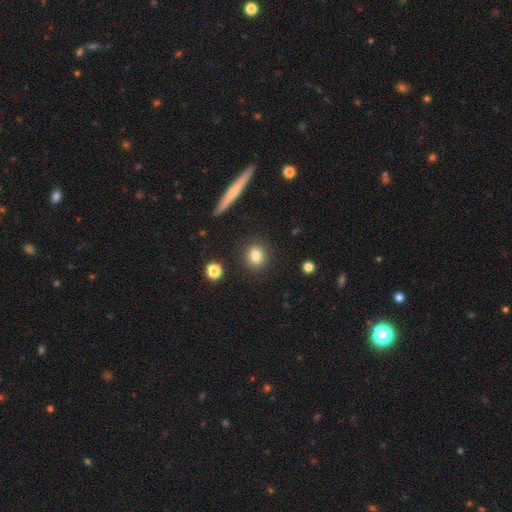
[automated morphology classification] Smooth or featured?
  - smooth: 82% *
  - star or artifact: 10%
  - featured or disk: 9%
How rounded?
  - round: 70% *
  - in between: 28%
  - cigar-shaped: 2%
Merging?
  - none: 89% *
  - minor disturbance: 7%
  - major disturbance: 2%
  - merger: 2%